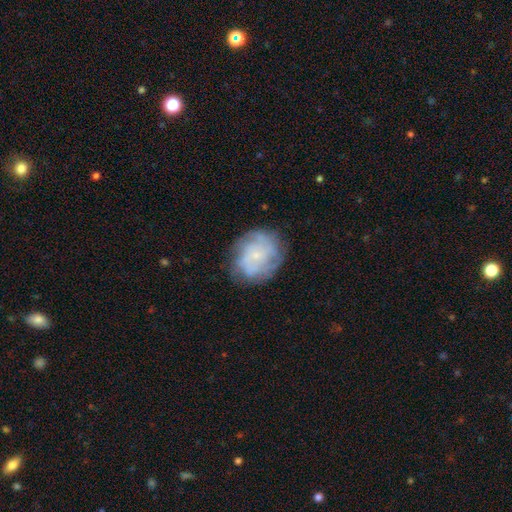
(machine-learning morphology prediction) Smooth or featured? featured or disk (65%)
Edge-on disk? no (97%)
Bar? no (80%)
Spiral arms? yes (82%)
Spiral winding? tight (53%)
Spiral arm count? can't tell (46%)
Bulge size? small (80%)
Merging? none (71%)